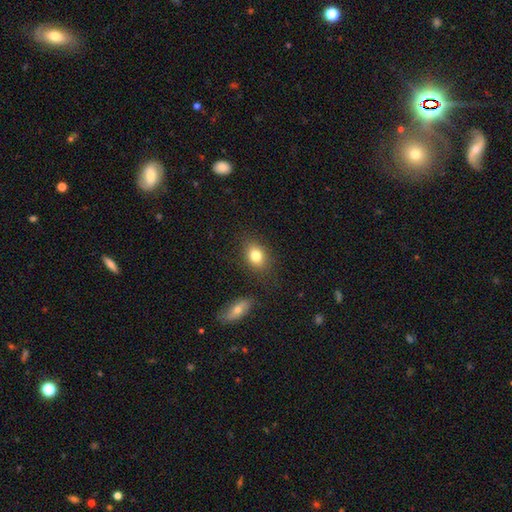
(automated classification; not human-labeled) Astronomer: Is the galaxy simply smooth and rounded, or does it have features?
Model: smooth — 80%.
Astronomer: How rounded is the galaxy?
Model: in between — 65%.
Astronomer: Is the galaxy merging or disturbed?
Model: none — 80%.